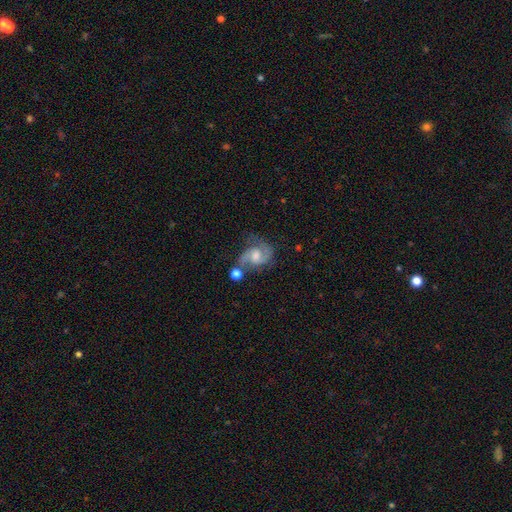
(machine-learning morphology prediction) smooth-or-featured: featured or disk: 83% | smooth: 10% | star or artifact: 7%
  disk-edge-on: no: 98% | yes: 2%
    bar: no: 48% | weak: 43% | strong: 9%
    has-spiral-arms: yes: 95% | no: 5%
      spiral-winding: medium: 55% | loose: 27% | tight: 19%
      spiral-arm-count: 2: 88% | can't tell: 4% | 1: 3% | 3: 2% | 4: 1% | more than 4: 1%
    bulge-size: moderate: 57% | small: 25% | large: 10% | none: 6% | dominant: 2%
  merging: none: 54% | minor disturbance: 20% | merger: 15% | major disturbance: 12%